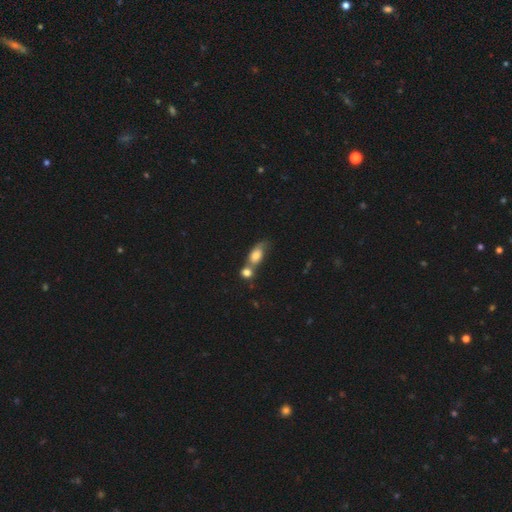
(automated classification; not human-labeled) Smooth or featured? Predicted: smooth (p=0.74). How rounded? Predicted: in between (p=0.76). Merging? Predicted: merger (p=0.57).